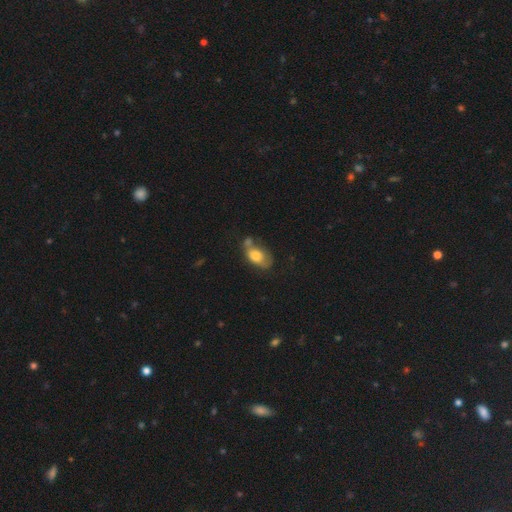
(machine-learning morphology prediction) A smooth galaxy with no disk features (72%) that is in between round and cigar-shaped (86%).

Vote fractions:
- Smooth or featured? smooth: 72% / featured or disk: 20% / star or artifact: 8%
- How rounded? in between: 86% / round: 11% / cigar-shaped: 2%
- Merging? none: 32% (tied) / merger: 32% (tied) / minor disturbance: 24% / major disturbance: 12%